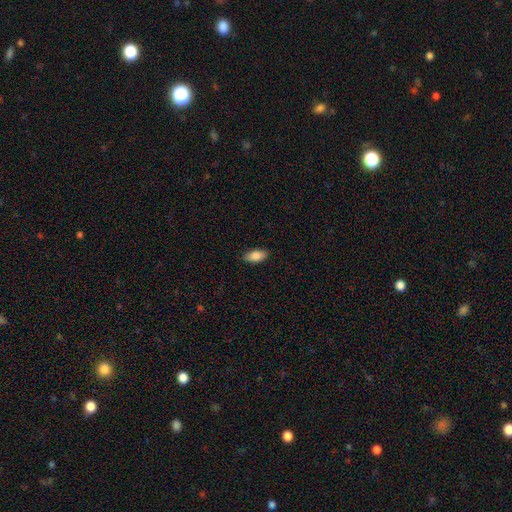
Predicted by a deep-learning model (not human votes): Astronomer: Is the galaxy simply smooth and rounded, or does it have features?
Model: smooth — 85%.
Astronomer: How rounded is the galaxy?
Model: in between — 89%.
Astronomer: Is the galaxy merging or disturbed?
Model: none — 88%.